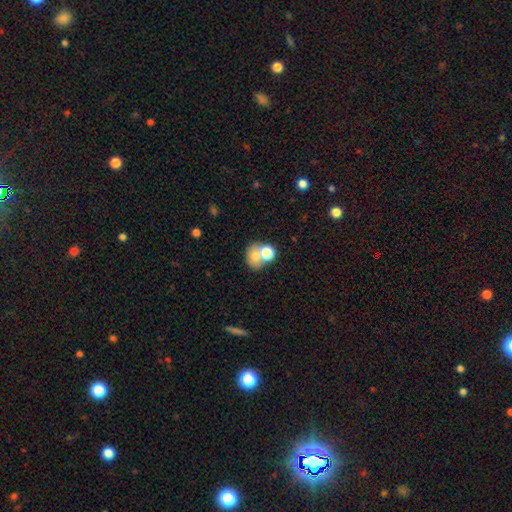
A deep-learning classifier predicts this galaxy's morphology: Smooth or featured: smooth — 71% (featured or disk — 17%)
How rounded: round — 61% (in between — 38%)
Merging: merger — 51% (none — 35%)